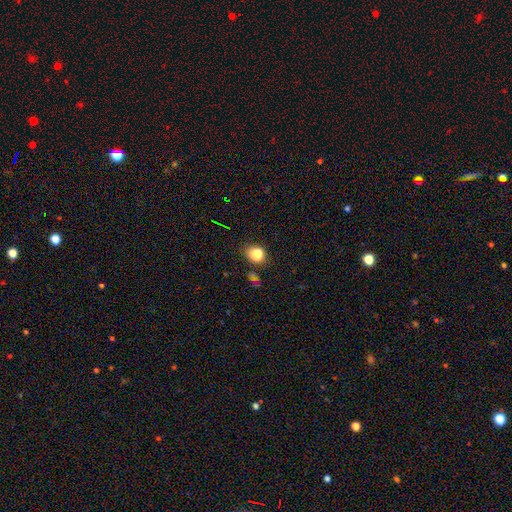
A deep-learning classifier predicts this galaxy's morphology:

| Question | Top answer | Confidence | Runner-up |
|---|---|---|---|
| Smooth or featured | smooth | 76% | star or artifact (16%) |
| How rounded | round | 59% | in between (40%) |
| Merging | none | 80% | minor disturbance (12%) |